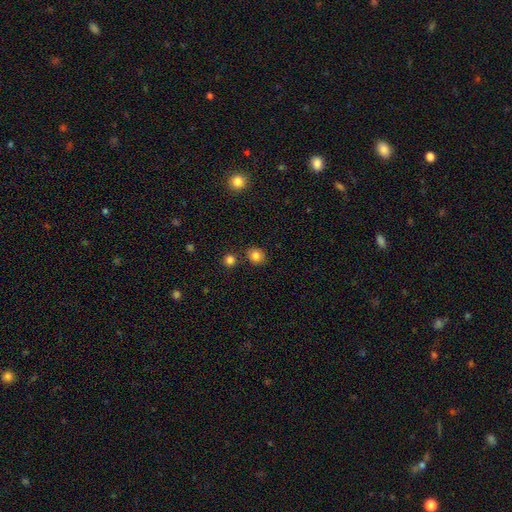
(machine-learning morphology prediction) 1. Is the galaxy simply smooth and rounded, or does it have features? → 83% smooth, 12% star or artifact, 6% featured or disk.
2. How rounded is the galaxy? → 78% round, 21% in between, 1% cigar-shaped.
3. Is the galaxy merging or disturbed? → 80% none, 9% minor disturbance, 8% merger, 3% major disturbance.